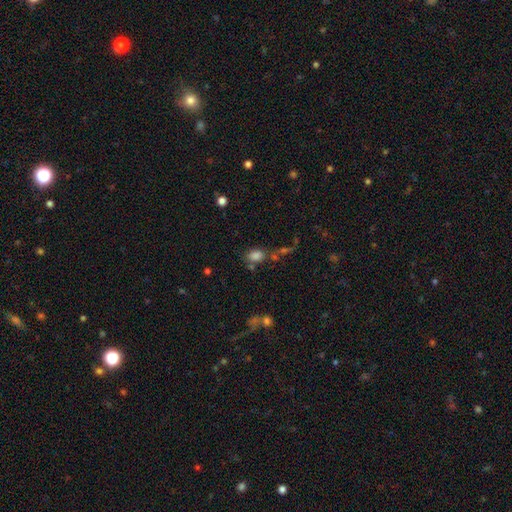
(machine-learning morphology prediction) smooth 79%, star or artifact 14%, featured or disk 7%. Down the decision tree: how rounded — in between (78%); merging — none (54%).